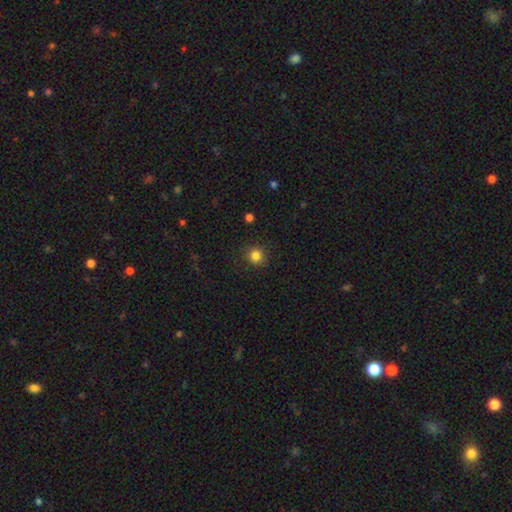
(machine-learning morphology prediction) Smooth or featured? smooth (84%)
How rounded? round (92%)
Merging? none (89%)